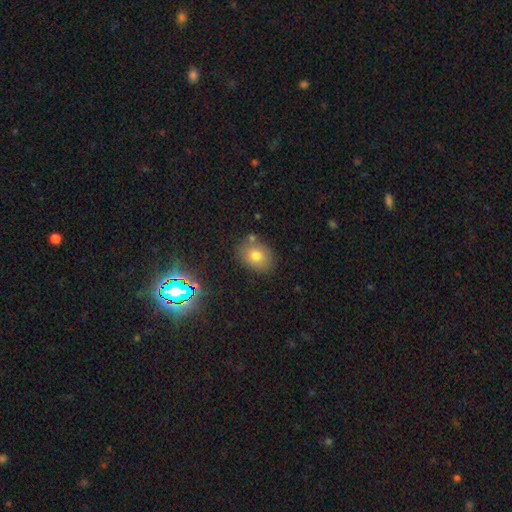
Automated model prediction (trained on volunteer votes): smooth 75%, star or artifact 13%, featured or disk 12%. Down the decision tree: how rounded — in between (60%); merging — none (75%).